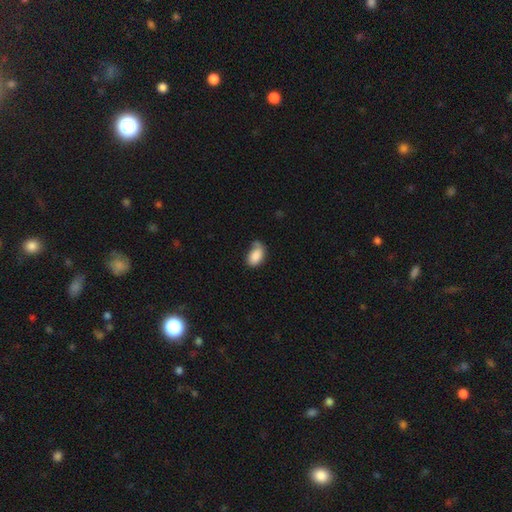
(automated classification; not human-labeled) Smooth or featured?
  - smooth: 85% *
  - featured or disk: 7%
  - star or artifact: 7%
How rounded?
  - in between: 91% *
  - round: 8%
  - cigar-shaped: 2%
Merging?
  - none: 48% *
  - minor disturbance: 34%
  - major disturbance: 12%
  - merger: 5%